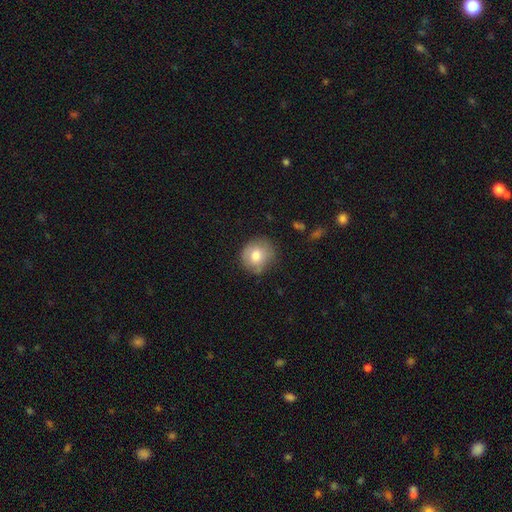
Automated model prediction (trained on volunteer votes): smooth_or_featured: smooth (p=0.76) [alt: featured or disk p=0.16]
how_rounded: round (p=0.85) [alt: in between p=0.14]
merging: none (p=0.73) [alt: minor disturbance p=0.20]